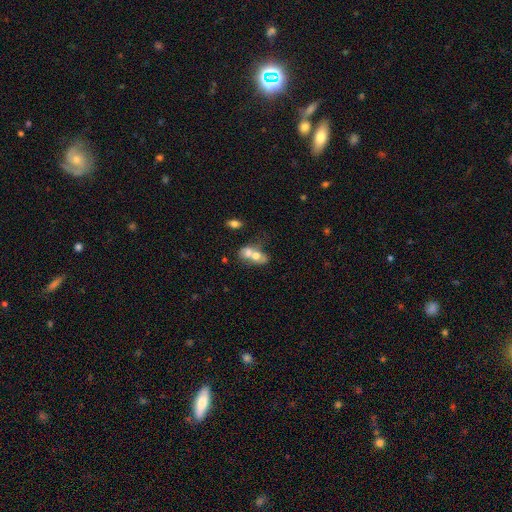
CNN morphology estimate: A smooth galaxy with no disk features (60%) that is in between round and cigar-shaped (66%).

Vote fractions:
- Smooth or featured? smooth: 60% / featured or disk: 30% / star or artifact: 10%
- How rounded? in between: 66% / round: 31% / cigar-shaped: 3%
- Merging? merger: 71% / none: 17% / minor disturbance: 7% / major disturbance: 5%